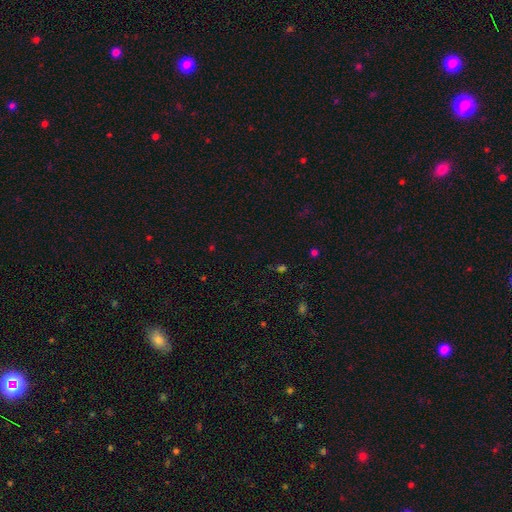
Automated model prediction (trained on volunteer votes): star or artifact 62%, smooth 31%, featured or disk 8%.